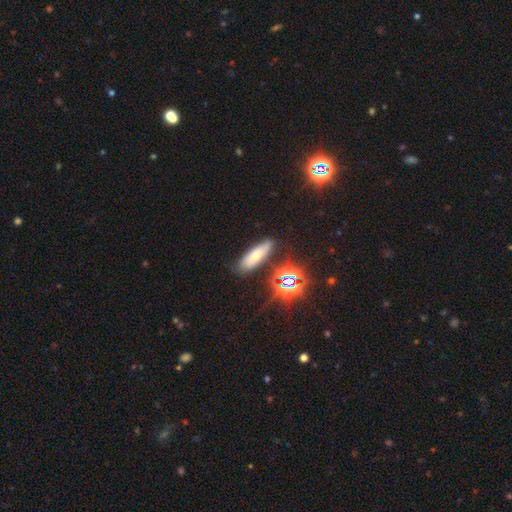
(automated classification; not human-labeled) The model was most divided on "how rounded": in between: 53%, cigar-shaped: 42%, round: 5%. More confident: merging — none (79%); smooth or featured — smooth (55%).